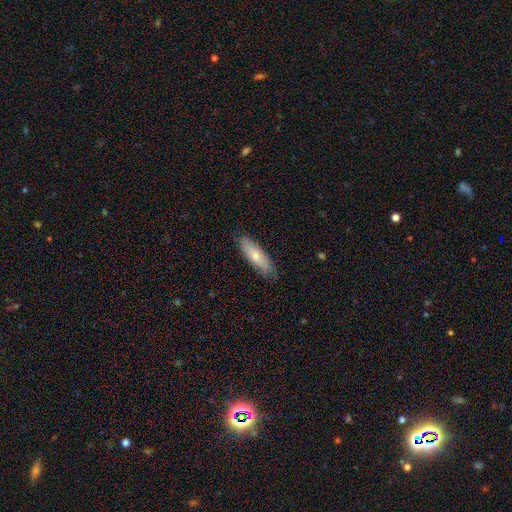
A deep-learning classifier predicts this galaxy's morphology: smooth-or-featured: smooth: 73% | featured or disk: 22% | star or artifact: 5%
  how-rounded: cigar-shaped: 52% | in between: 46% | round: 2%
  merging: none: 81% | minor disturbance: 16% | major disturbance: 3% | merger: 1%